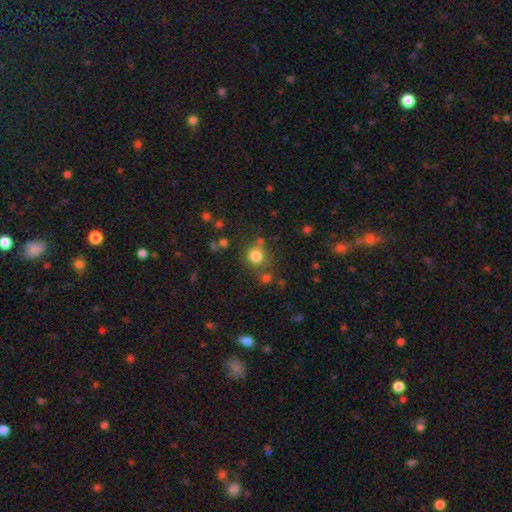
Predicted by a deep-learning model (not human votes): smooth 78%, star or artifact 15%, featured or disk 7%. Down the decision tree: how rounded — round (89%); merging — none (69%).